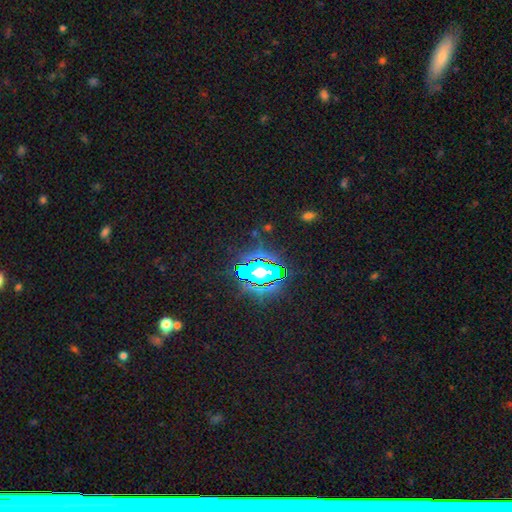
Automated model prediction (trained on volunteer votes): Smooth or featured? Predicted: star or artifact (p=0.82).